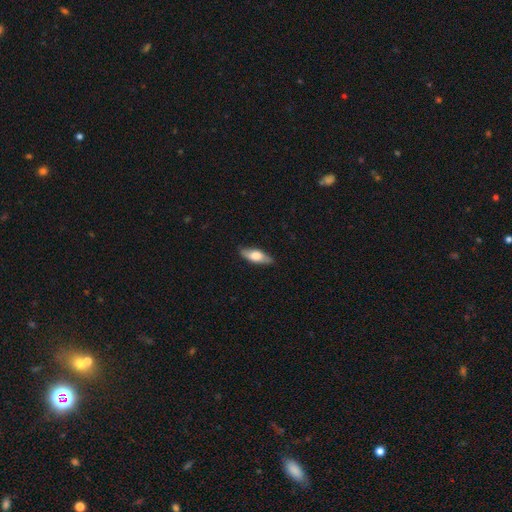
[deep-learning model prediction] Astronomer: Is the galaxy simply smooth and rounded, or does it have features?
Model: smooth — 59% (runner-up: featured or disk, 35%).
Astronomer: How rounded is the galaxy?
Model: in between — 65%.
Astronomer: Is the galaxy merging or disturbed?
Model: none — 83%.